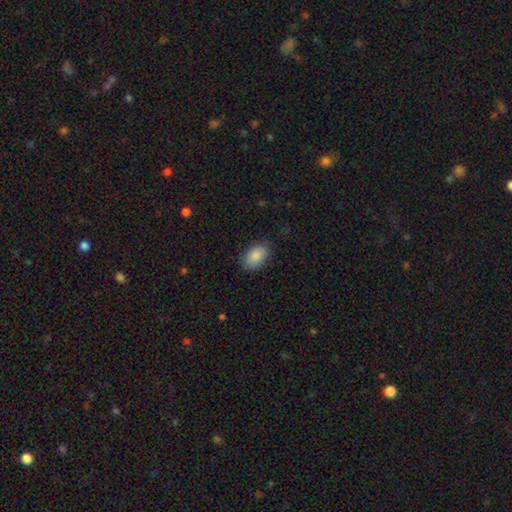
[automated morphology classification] smooth 88%, star or artifact 7%, featured or disk 5%. Down the decision tree: how rounded — in between (93%); merging — none (84%).